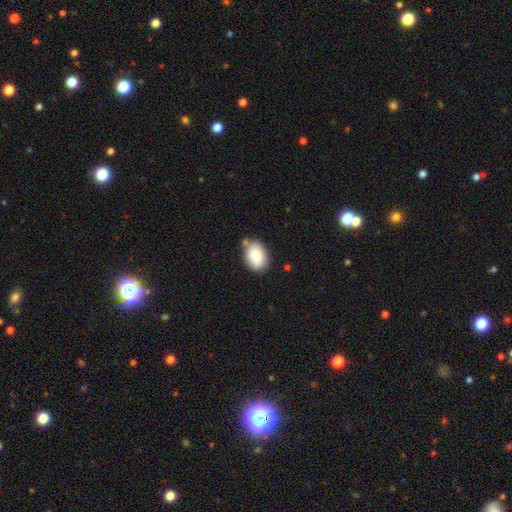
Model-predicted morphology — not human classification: Q: Smooth or featured?
A: smooth (85%); runner-up: featured or disk (8%)
Q: How rounded?
A: in between (83%); runner-up: round (16%)
Q: Merging?
A: none (70%); runner-up: minor disturbance (19%)